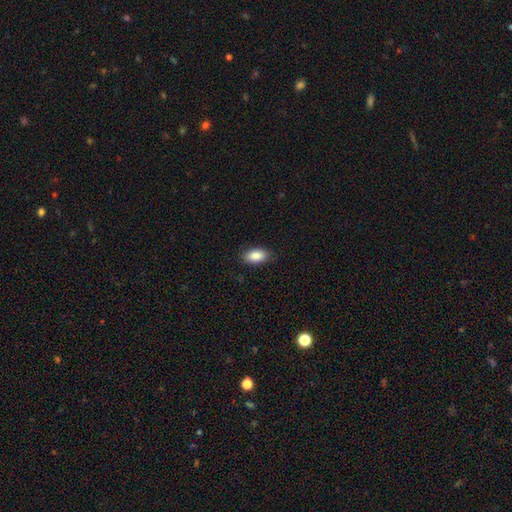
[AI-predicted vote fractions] smooth_or_featured: smooth (p=0.88) [alt: star or artifact p=0.07]
how_rounded: in between (p=0.92) [alt: round p=0.04]
merging: none (p=0.86) [alt: minor disturbance p=0.10]